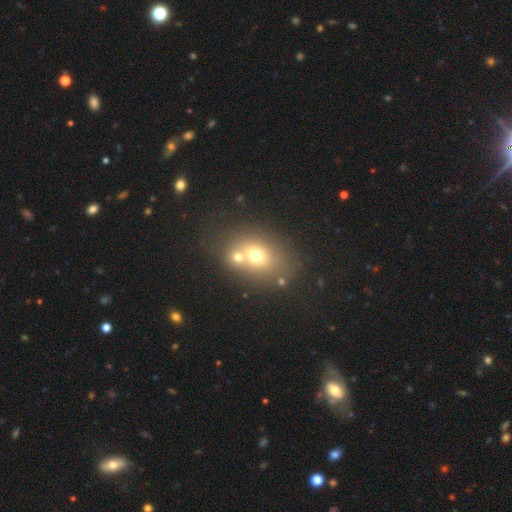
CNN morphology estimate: smooth-or-featured: smooth: 64% | featured or disk: 21% | star or artifact: 16%
  how-rounded: in between: 53% | round: 46% | cigar-shaped: 1%
  merging: none: 44% | merger: 39% | minor disturbance: 11% | major disturbance: 6%